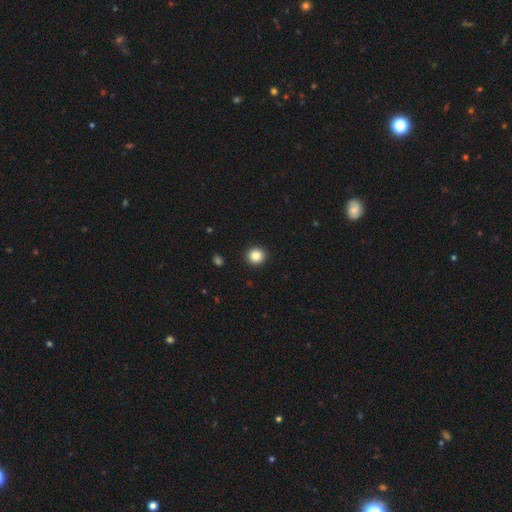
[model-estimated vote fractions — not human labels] Smooth or featured: smooth — 86% (star or artifact — 10%)
How rounded: round — 94% (in between — 5%)
Merging: none — 93% (minor disturbance — 4%)